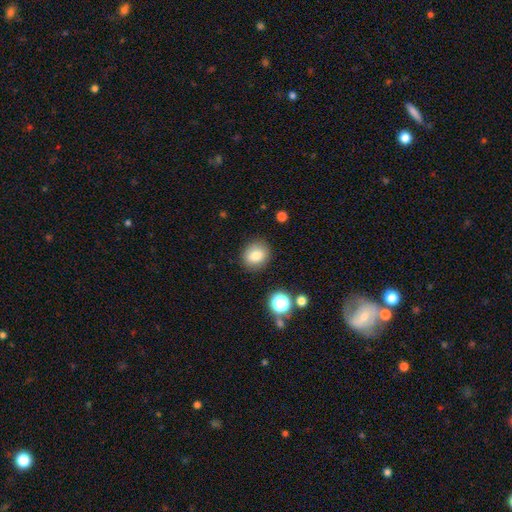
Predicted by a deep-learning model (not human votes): Smooth or featured? Predicted: smooth (p=0.81). How rounded? Predicted: round (p=0.69). Merging? Predicted: none (p=0.86).